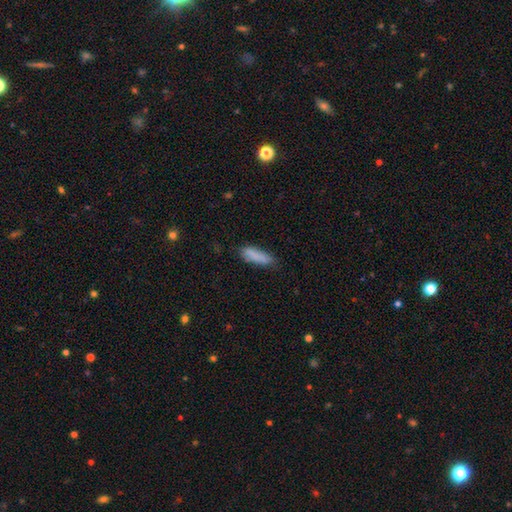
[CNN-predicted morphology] Smooth or featured? Predicted: smooth (p=0.85). How rounded? Predicted: cigar-shaped (p=0.50). Merging? Predicted: none (p=0.66).